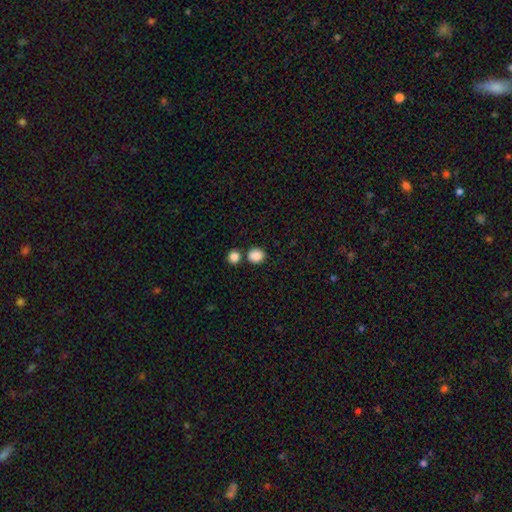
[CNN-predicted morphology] This is clearly a smooth galaxy (87%). How rounded: likely round (72%). Merging: likely none (72%).